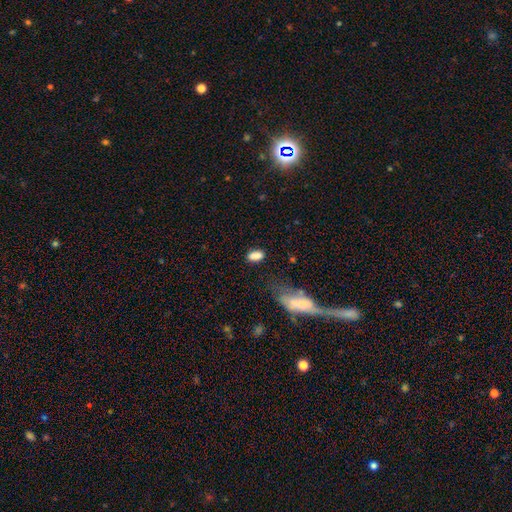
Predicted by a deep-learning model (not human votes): This appears to be a smooth galaxy with no disk features (84%) that is in between round and cigar-shaped (86%). Merging: none (76%).